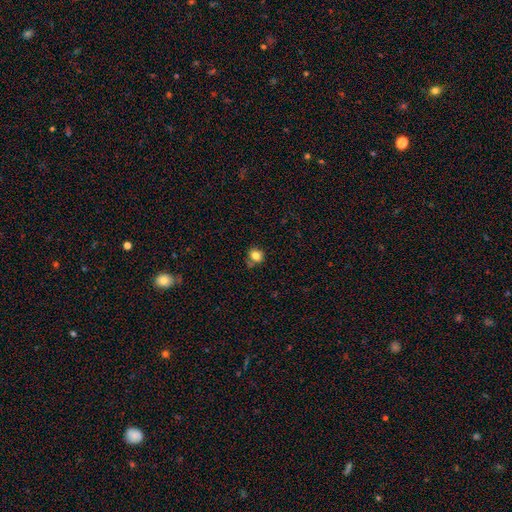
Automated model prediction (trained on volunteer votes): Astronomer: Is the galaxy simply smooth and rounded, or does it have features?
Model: smooth — 80%.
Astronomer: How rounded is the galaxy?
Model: round — 75%.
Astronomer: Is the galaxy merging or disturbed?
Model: none — 68%.